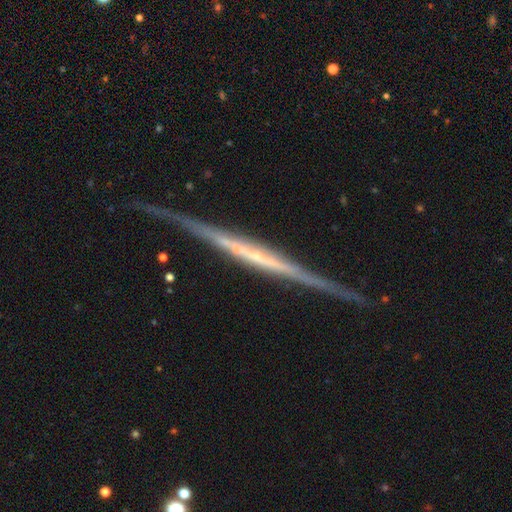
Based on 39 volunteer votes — This is clearly a featured or disk galaxy (87%). It is clearly viewed edge-on (100%). Edge-on bulge: possibly none (53%). Merging: clearly none (81%).